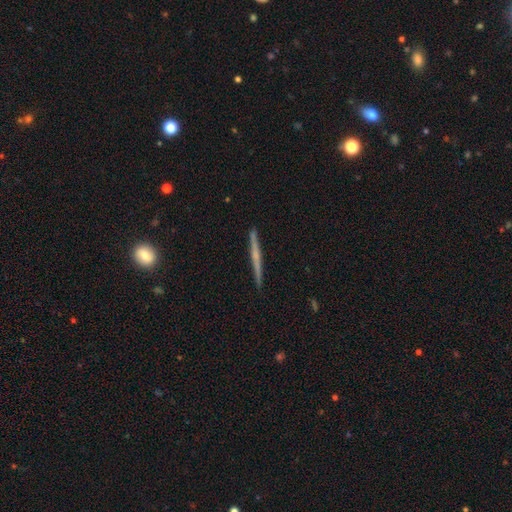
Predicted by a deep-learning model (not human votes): A featured or disk galaxy (62%) viewed edge-on (98%) with no central bulge (60%).

Vote fractions:
- Smooth or featured? featured or disk: 62% / smooth: 31% / star or artifact: 6%
- Edge-on disk? yes: 98% / no: 2%
- Edge-on bulge? none: 60% / rounded: 31% / boxy: 8%
- Merging? none: 92% / minor disturbance: 6% / major disturbance: 1% / merger: 1%